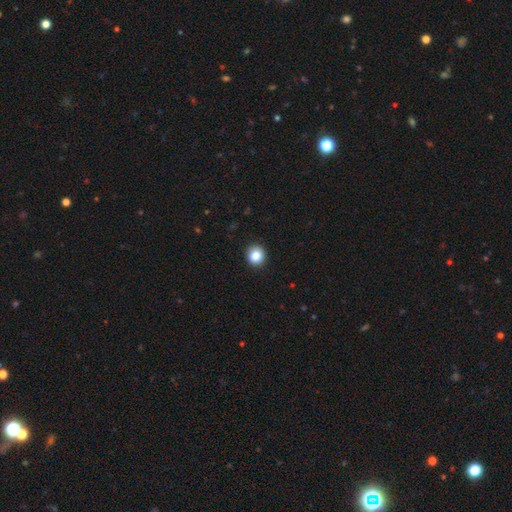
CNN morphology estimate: Q: Smooth or featured?
A: smooth (85%); runner-up: star or artifact (10%)
Q: How rounded?
A: round (90%); runner-up: in between (9%)
Q: Merging?
A: none (93%); runner-up: minor disturbance (5%)